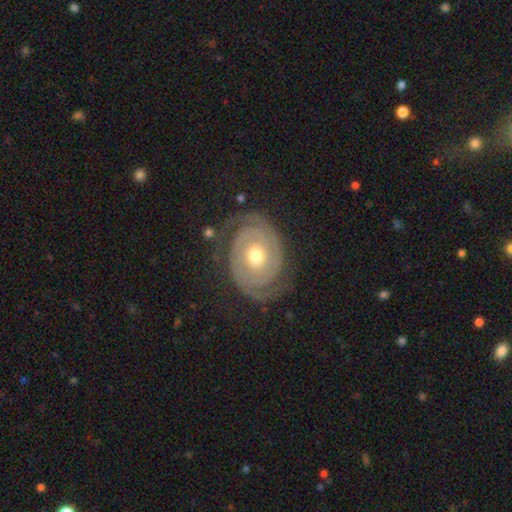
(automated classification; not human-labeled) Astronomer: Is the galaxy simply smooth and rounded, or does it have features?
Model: featured or disk — 89%.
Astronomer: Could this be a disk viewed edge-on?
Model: no — 97%.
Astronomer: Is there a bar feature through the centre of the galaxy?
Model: no — 74%.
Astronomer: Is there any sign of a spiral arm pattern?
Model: yes — 96%.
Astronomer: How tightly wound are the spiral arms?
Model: tight — 76%.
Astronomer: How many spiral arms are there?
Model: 2 — 88%.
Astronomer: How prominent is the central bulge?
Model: moderate — 69%.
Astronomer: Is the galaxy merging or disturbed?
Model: none — 80%.